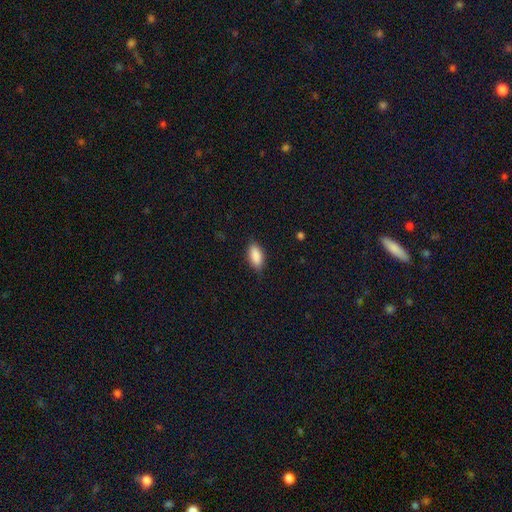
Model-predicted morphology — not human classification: Smooth or featured? smooth (89%)
How rounded? in between (89%)
Merging? none (82%)